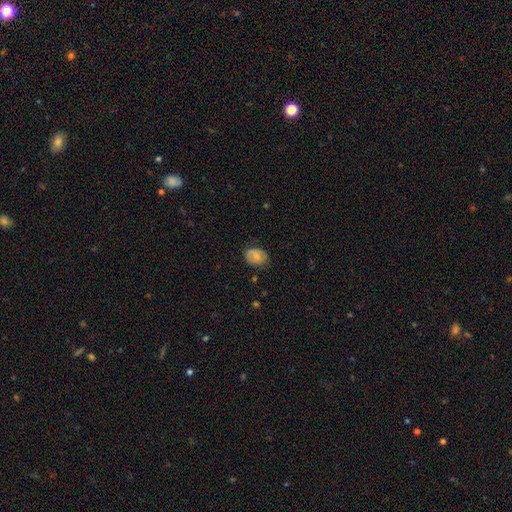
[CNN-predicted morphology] Smooth or featured?
  - smooth: 68% *
  - featured or disk: 24%
  - star or artifact: 8%
How rounded?
  - in between: 64% *
  - round: 35%
  - cigar-shaped: 1%
Merging?
  - none: 69% *
  - minor disturbance: 24%
  - major disturbance: 6%
  - merger: 1%